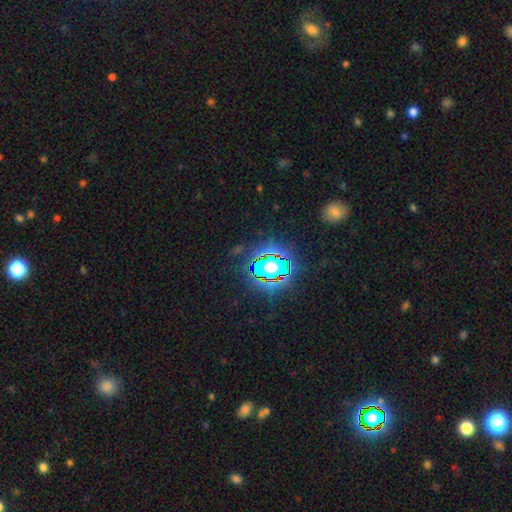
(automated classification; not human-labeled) Morphology: type=star or artifact (82%).